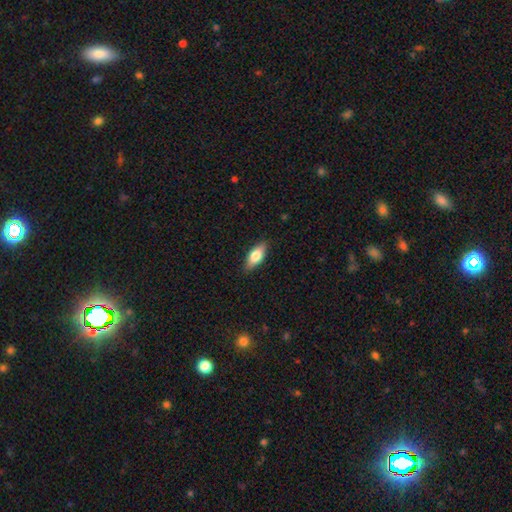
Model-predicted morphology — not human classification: Smooth or featured: smooth — 75% (featured or disk — 18%)
How rounded: in between — 81% (cigar-shaped — 16%)
Merging: none — 87% (minor disturbance — 10%)